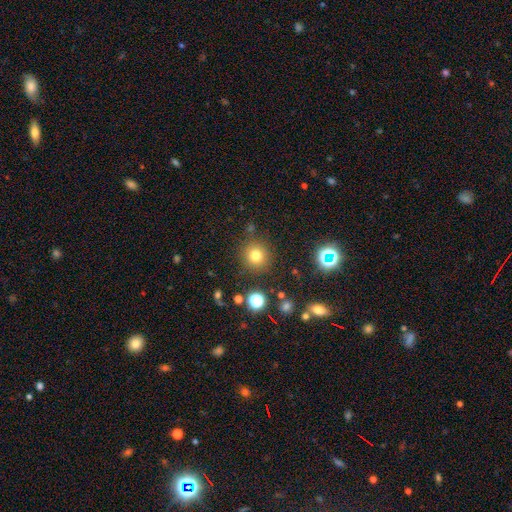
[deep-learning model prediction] The model was most divided on "smooth or featured": smooth: 76%, star or artifact: 17%, featured or disk: 7%. More confident: how rounded — round (93%); merging — none (86%).